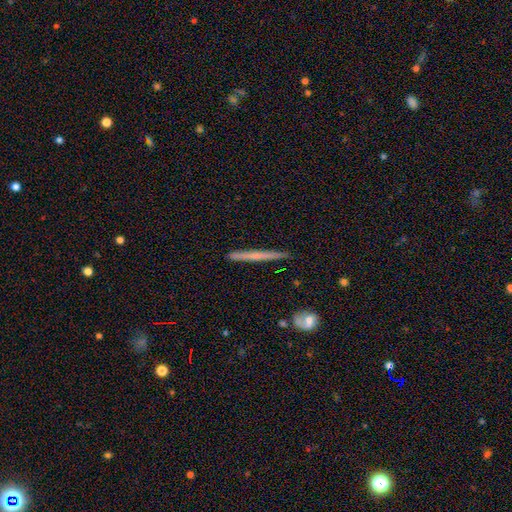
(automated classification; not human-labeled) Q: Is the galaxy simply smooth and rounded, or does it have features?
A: featured or disk — 50%.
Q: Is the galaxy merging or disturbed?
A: none — 90%.